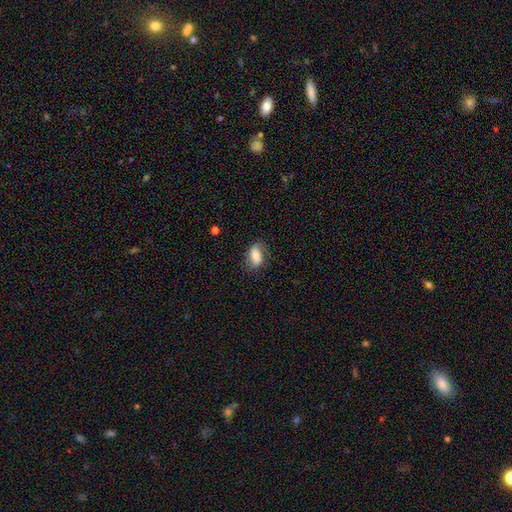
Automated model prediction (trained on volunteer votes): This appears to be a smooth galaxy with no disk features (68%) that is in between round and cigar-shaped (87%). Merging: none (68%).